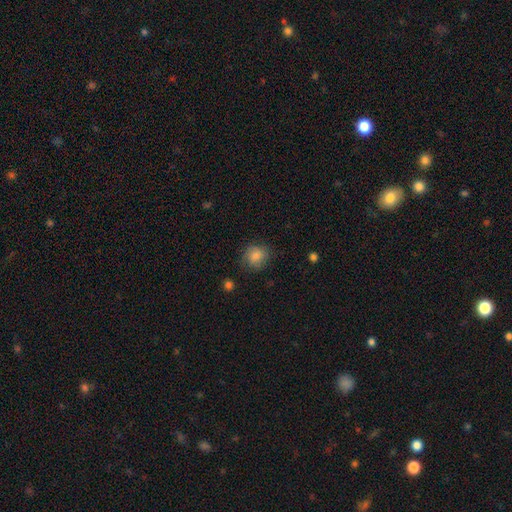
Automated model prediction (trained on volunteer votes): Overall: smooth (81%). How rounded: round (73%). Merging: none (73%).